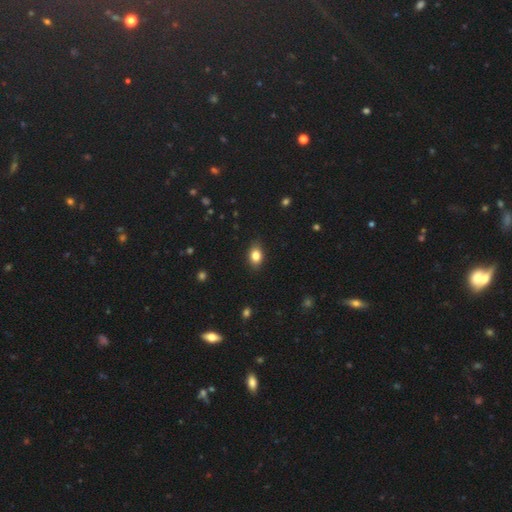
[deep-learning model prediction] Q: Smooth or featured?
A: smooth (83%); runner-up: star or artifact (9%)
Q: How rounded?
A: in between (77%); runner-up: round (21%)
Q: Merging?
A: none (86%); runner-up: minor disturbance (11%)